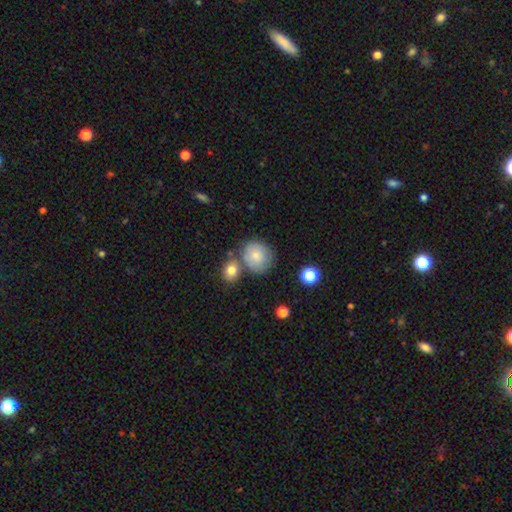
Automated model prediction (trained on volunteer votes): smooth-or-featured: smooth: 75% | featured or disk: 16% | star or artifact: 9%
  how-rounded: round: 82% | in between: 17% | cigar-shaped: 1%
  merging: none: 59% | merger: 20% | minor disturbance: 17% | major disturbance: 5%